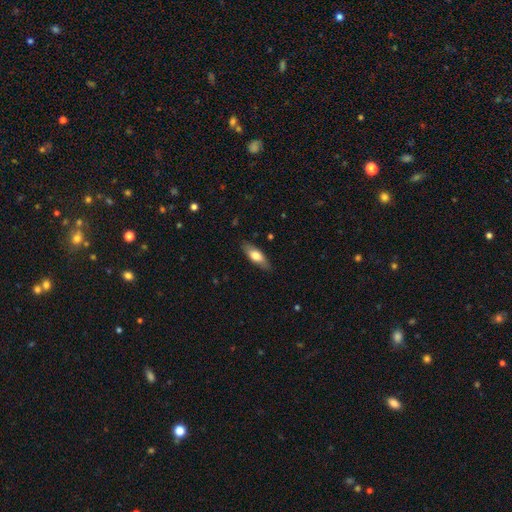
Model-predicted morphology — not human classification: smooth_or_featured: smooth (p=0.67) [alt: featured or disk p=0.27]
how_rounded: in between (p=0.63) [alt: cigar-shaped p=0.35]
merging: none (p=0.83) [alt: minor disturbance p=0.13]